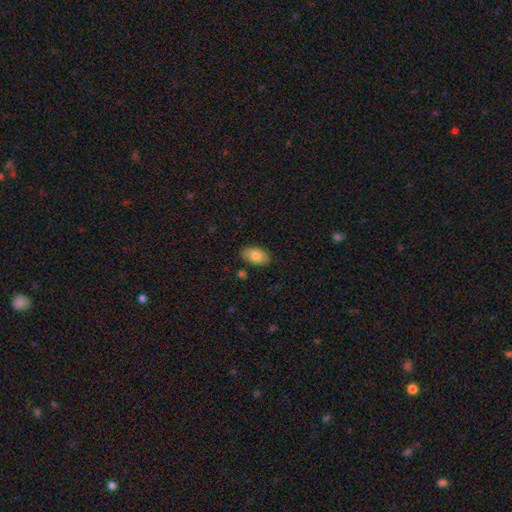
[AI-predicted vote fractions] smooth 80%, featured or disk 13%, star or artifact 7%. Down the decision tree: how rounded — in between (92%); merging — none (85%).